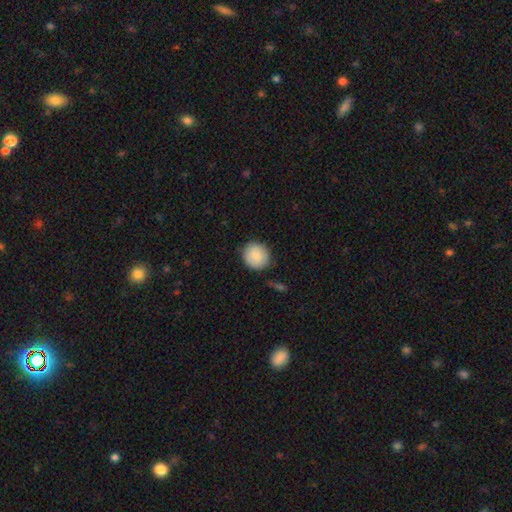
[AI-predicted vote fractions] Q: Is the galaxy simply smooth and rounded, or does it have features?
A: smooth — 86%.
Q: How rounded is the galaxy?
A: round — 86%.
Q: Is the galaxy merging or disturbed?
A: none — 85%.